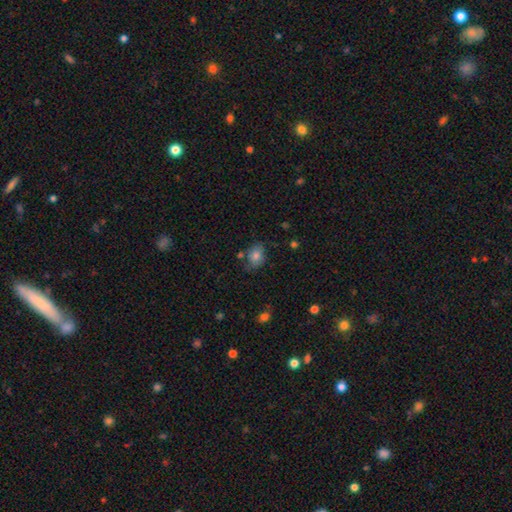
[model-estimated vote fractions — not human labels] A smooth galaxy with no disk features (79%) that is in between round and cigar-shaped (63%).

Vote fractions:
- Smooth or featured? smooth: 79% / featured or disk: 11% / star or artifact: 9%
- How rounded? in between: 63% / round: 36% / cigar-shaped: 1%
- Merging? none: 64% / minor disturbance: 23% / merger: 7% / major disturbance: 6%